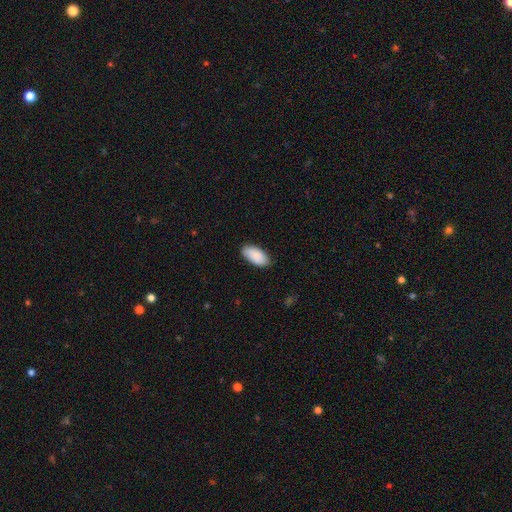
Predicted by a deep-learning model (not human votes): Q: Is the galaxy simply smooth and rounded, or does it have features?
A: smooth — 89%.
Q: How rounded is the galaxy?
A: in between — 94%.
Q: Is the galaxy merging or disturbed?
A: none — 85%.